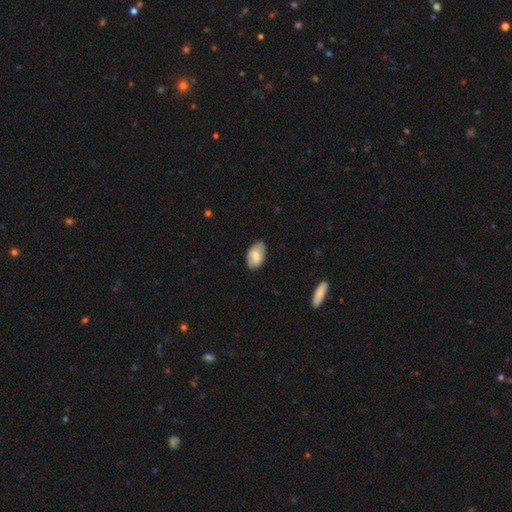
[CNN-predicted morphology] This appears to be a smooth galaxy with no disk features (71%) that is in between round and cigar-shaped (93%). Merging: none (75%).